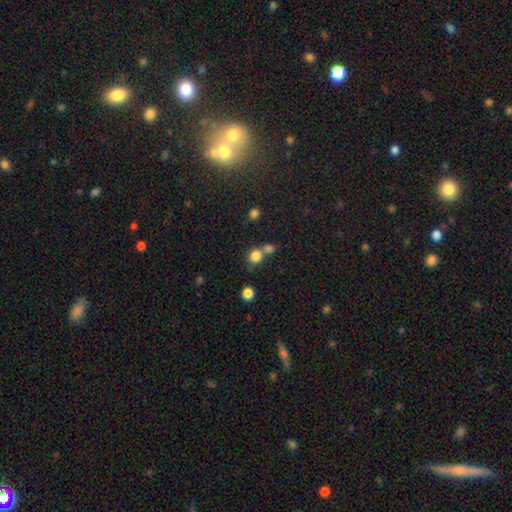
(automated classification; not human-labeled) Q: Smooth or featured?
A: smooth (80%); runner-up: star or artifact (12%)
Q: How rounded?
A: round (81%); runner-up: in between (18%)
Q: Merging?
A: none (47%); runner-up: merger (41%)